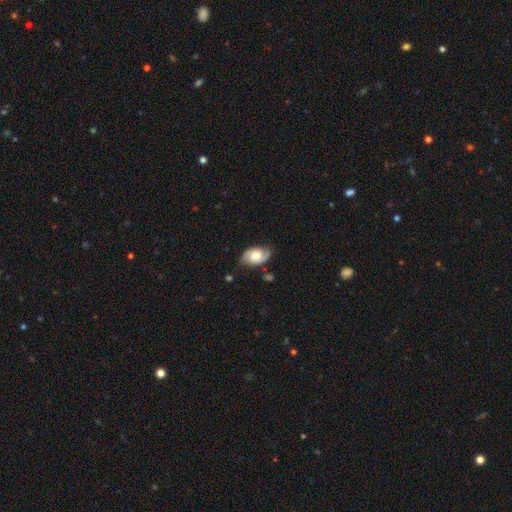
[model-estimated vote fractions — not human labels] Morphology: type=featured or disk (63%); edge-on=no (95%); bar=no (67%); spiral arms=yes (87%); winding=medium (43%); arm count=2 (86%); bulge=moderate (63%); merging=none (72%).